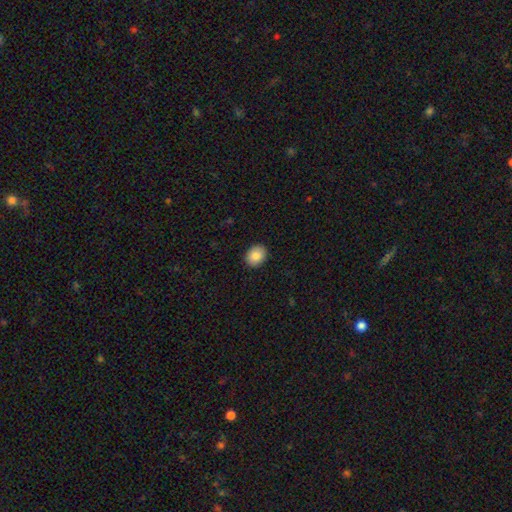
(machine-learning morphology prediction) smooth-or-featured: smooth: 86% | star or artifact: 8% | featured or disk: 6%
  how-rounded: round: 50% | in between: 49% | cigar-shaped: 1%
  merging: none: 91% | minor disturbance: 6% | major disturbance: 2% | merger: 1%